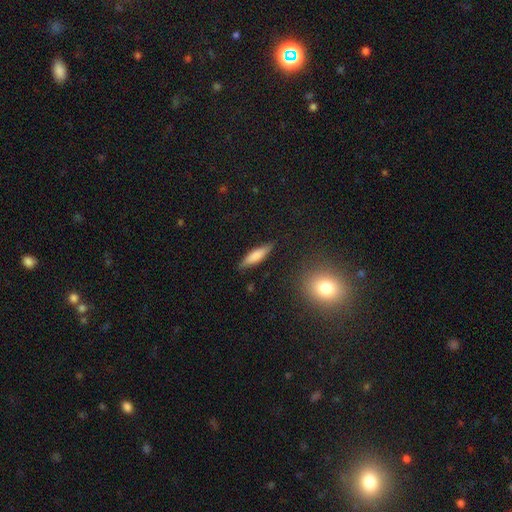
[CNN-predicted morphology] Smooth or featured? Predicted: smooth (p=0.70). How rounded? Predicted: cigar-shaped (p=0.71). Merging? Predicted: none (p=0.83).